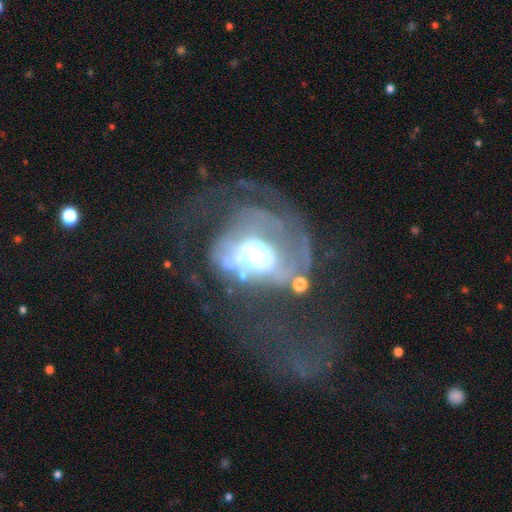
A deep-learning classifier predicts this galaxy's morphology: The model was most divided on "bulge size": large: 44%, moderate: 38%, dominant: 13%, small: 4%, none: 2%. More confident: edge-on disk — no (96%); bar — no (74%); smooth or featured — featured or disk (69%); spiral arms — yes (57%); merging — major disturbance (55%).